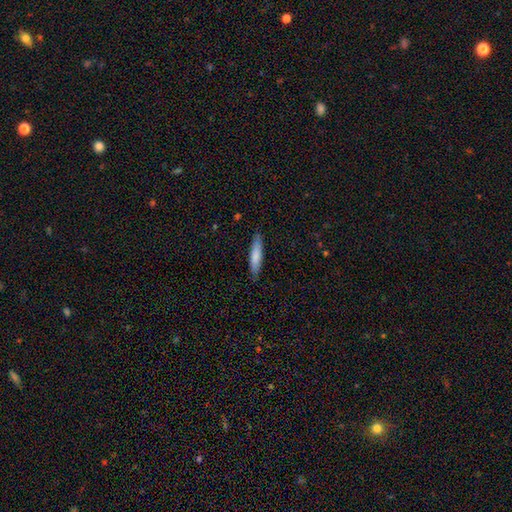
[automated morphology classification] smooth_or_featured: smooth (p=0.79) [alt: featured or disk p=0.16]
how_rounded: cigar-shaped (p=0.82) [alt: in between p=0.17]
merging: none (p=0.86) [alt: minor disturbance p=0.11]